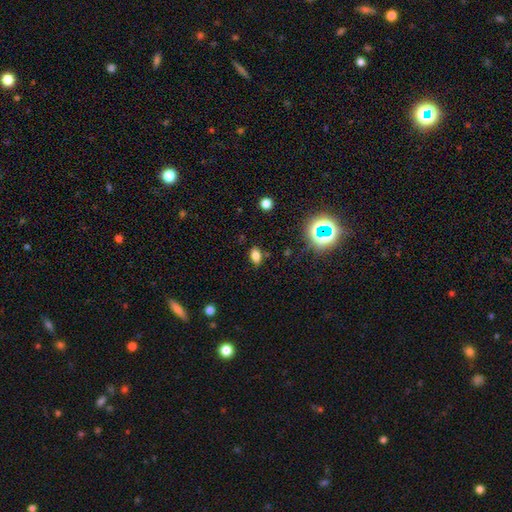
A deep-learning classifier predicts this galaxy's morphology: Smooth or featured?
  - smooth: 74% *
  - star or artifact: 18%
  - featured or disk: 8%
How rounded?
  - in between: 86% *
  - round: 12%
  - cigar-shaped: 3%
Merging?
  - none: 83% *
  - minor disturbance: 12%
  - major disturbance: 3%
  - merger: 2%